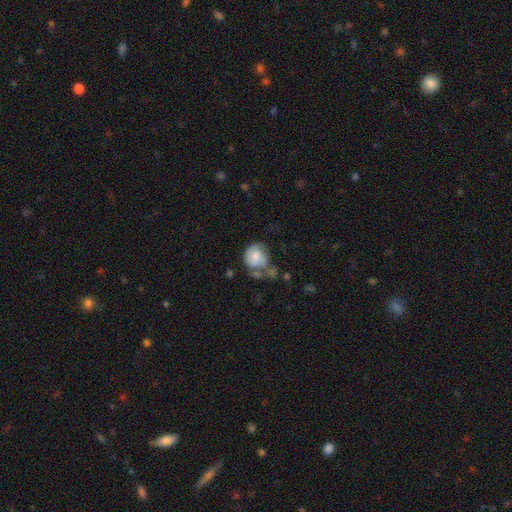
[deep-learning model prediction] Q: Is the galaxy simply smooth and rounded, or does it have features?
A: smooth — 63%.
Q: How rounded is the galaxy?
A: round — 68%.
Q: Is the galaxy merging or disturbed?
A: none — 30%.